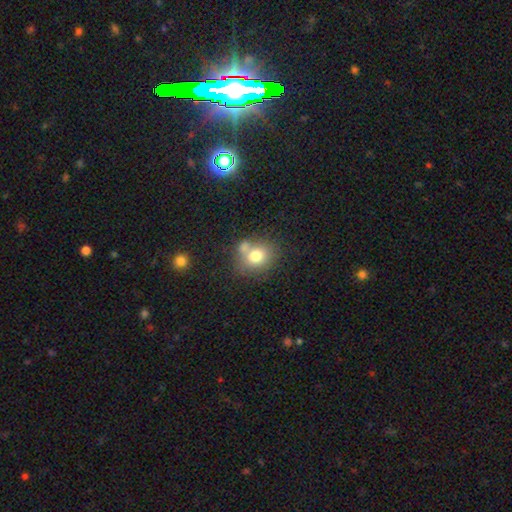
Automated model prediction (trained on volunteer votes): A smooth galaxy with no disk features (75%) that is round (67%).

Vote fractions:
- Smooth or featured? smooth: 75% / featured or disk: 14% / star or artifact: 11%
- How rounded? round: 67% / in between: 32% / cigar-shaped: 1%
- Merging? none: 51% / merger: 29% / minor disturbance: 15% / major disturbance: 6%